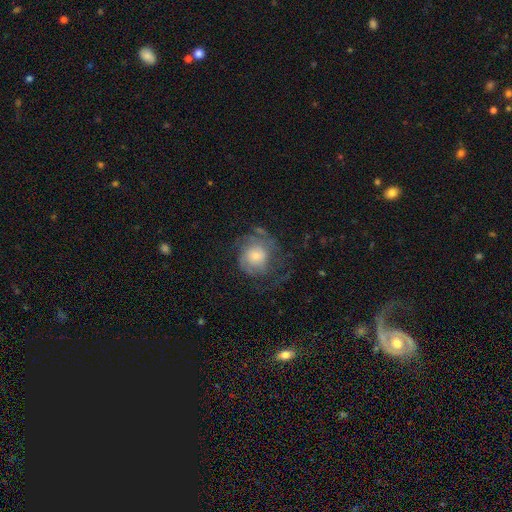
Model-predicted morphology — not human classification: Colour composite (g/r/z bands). It shows a featured or disk galaxy (62%) with no bar (79%), spiral arms (81%) and a small central bulge (47%). Merging: none (54%).